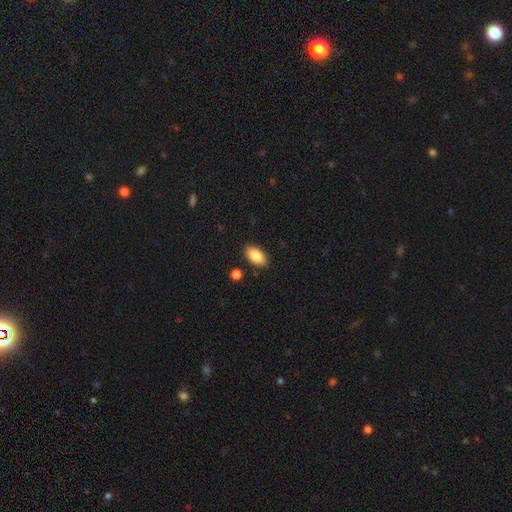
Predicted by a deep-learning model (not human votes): smooth_or_featured: smooth (p=0.85) [alt: featured or disk p=0.08]
how_rounded: in between (p=0.92) [alt: cigar-shaped p=0.04]
merging: none (p=0.87) [alt: minor disturbance p=0.09]